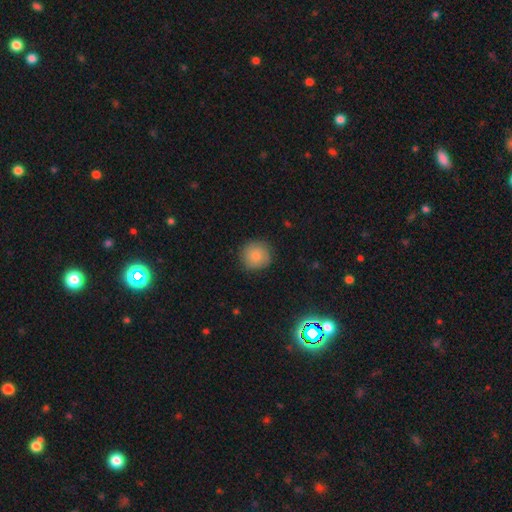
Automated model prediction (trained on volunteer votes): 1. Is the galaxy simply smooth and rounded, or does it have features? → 84% smooth, 9% star or artifact, 8% featured or disk.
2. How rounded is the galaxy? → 93% round, 6% in between, 1% cigar-shaped.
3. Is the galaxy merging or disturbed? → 86% none, 10% minor disturbance, 3% major disturbance, 1% merger.